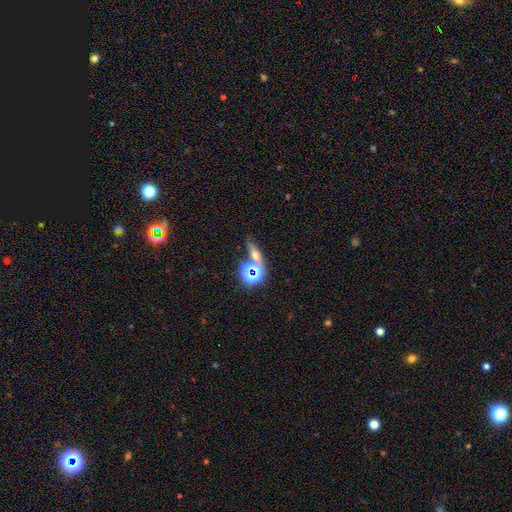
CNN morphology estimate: Overall: smooth (42%; star or artifact 32%). Merging: none (62%; merger 22%).